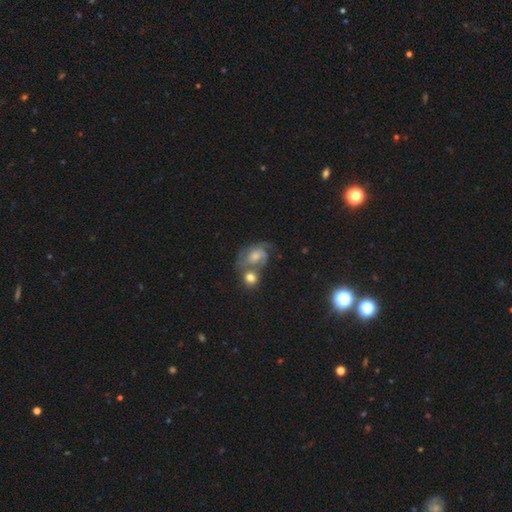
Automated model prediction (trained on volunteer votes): This is likely a featured or disk galaxy (62%). It is clearly not viewed edge-on (97%). Bar: likely no (67%). Spiral arm pattern: clearly yes (89%). Spiral arm count: possibly 2 (51%). Spiral winding: possibly medium (47%). Central bulge: possibly moderate (47%). Merging: marginally merger (41%).